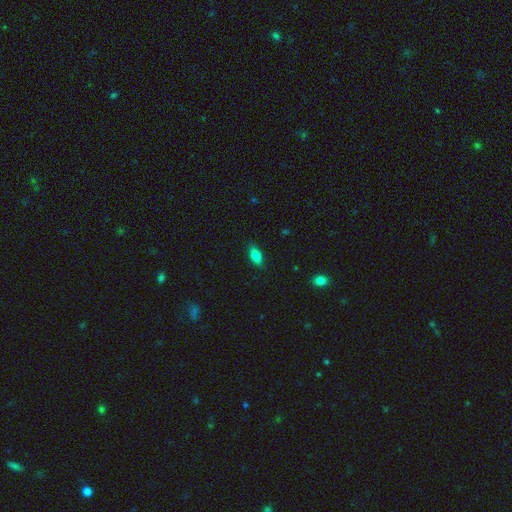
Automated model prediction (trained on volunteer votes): A smooth galaxy with no disk features (82%) that is in between round and cigar-shaped (85%). Merging: none (85%).